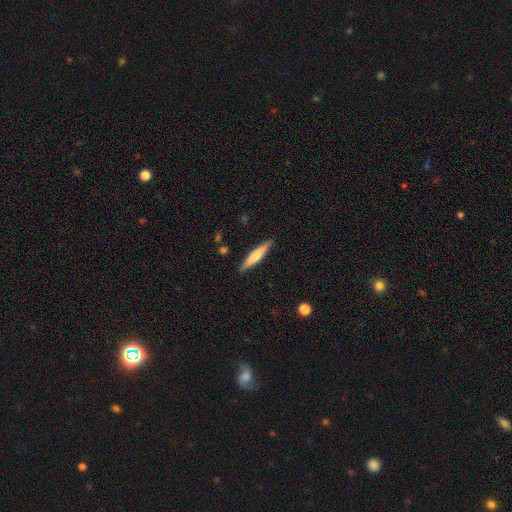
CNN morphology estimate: Smooth or featured: smooth — 61% (featured or disk — 34%)
How rounded: cigar-shaped — 90% (in between — 8%)
Merging: none — 90% (minor disturbance — 8%)